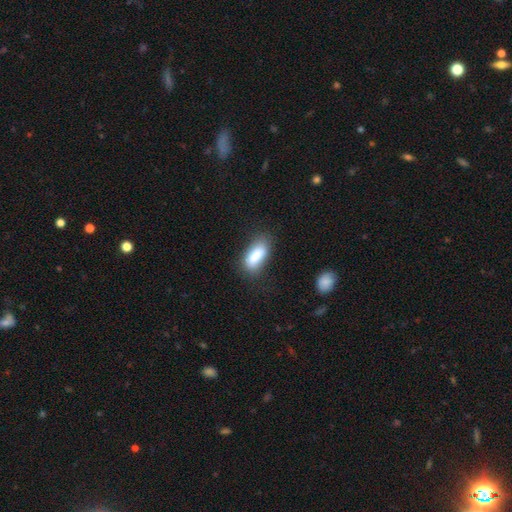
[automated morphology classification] The model was most divided on "merging": none: 66%, minor disturbance: 23%, major disturbance: 8%, merger: 3%. More confident: smooth or featured — smooth (84%); how rounded — in between (80%).